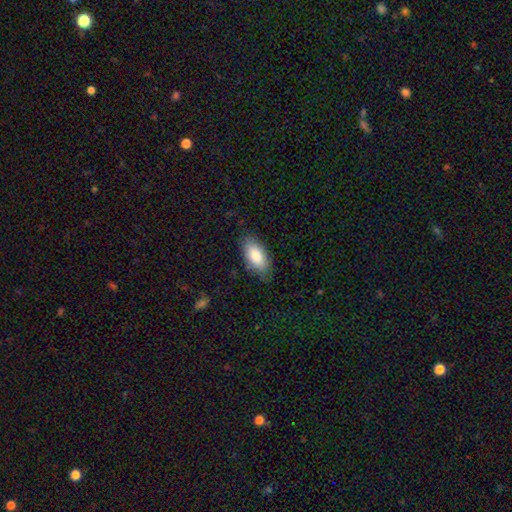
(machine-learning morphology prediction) smooth-or-featured: smooth: 84% | featured or disk: 10% | star or artifact: 6%
  how-rounded: in between: 91% | cigar-shaped: 7% | round: 2%
  merging: none: 80% | minor disturbance: 16% | major disturbance: 3% | merger: 1%